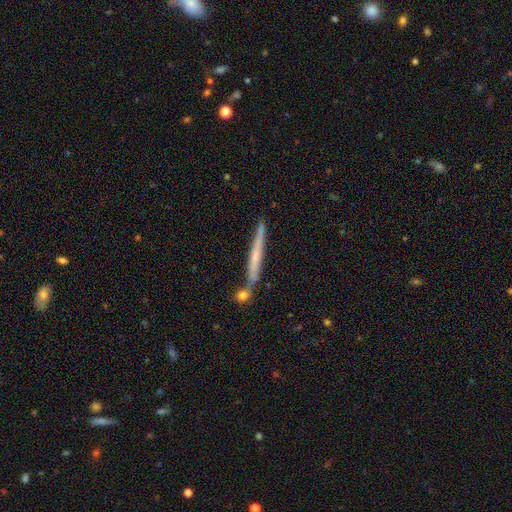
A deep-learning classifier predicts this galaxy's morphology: Overall: featured or disk (52%; smooth 42%). Edge-on disk: yes (96%). Merging: none (78%).